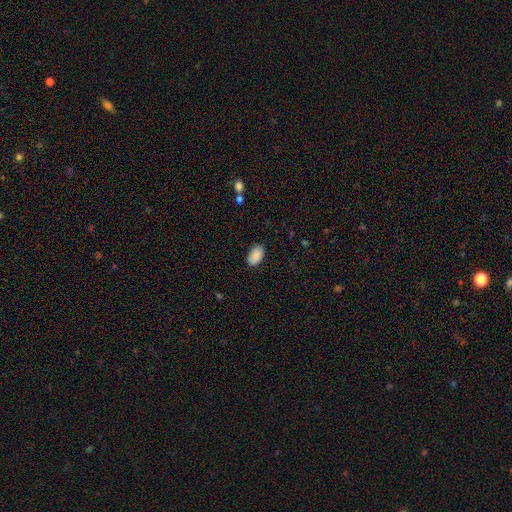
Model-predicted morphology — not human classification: Smooth or featured?
  - smooth: 89% *
  - star or artifact: 7%
  - featured or disk: 4%
How rounded?
  - in between: 94% *
  - round: 5%
  - cigar-shaped: 1%
Merging?
  - none: 86% *
  - minor disturbance: 11%
  - major disturbance: 2%
  - merger: 1%